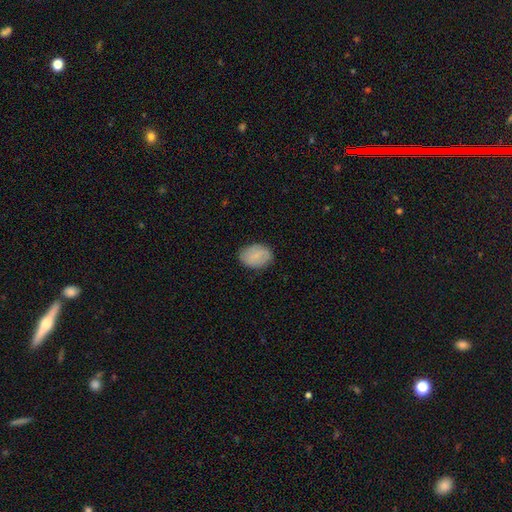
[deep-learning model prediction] Smooth or featured? Predicted: smooth (p=0.76). How rounded? Predicted: in between (p=0.76). Merging? Predicted: none (p=0.83).